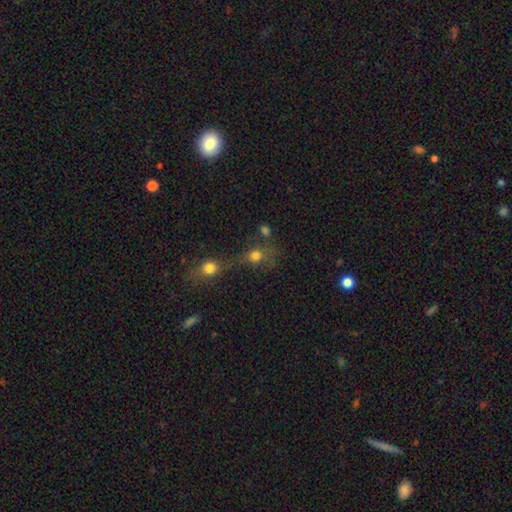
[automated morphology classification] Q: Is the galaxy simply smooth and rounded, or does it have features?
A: smooth — 73%.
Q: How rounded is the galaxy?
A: round — 75%.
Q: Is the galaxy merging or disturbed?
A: merger — 52%.